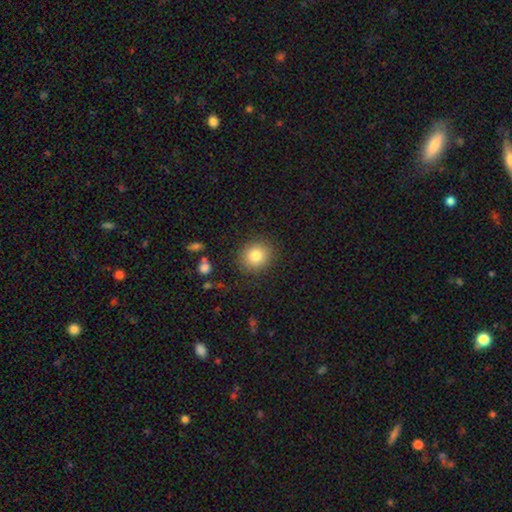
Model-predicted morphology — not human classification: Smooth or featured?
  - smooth: 81% *
  - star or artifact: 10%
  - featured or disk: 9%
How rounded?
  - round: 82% *
  - in between: 17%
  - cigar-shaped: 1%
Merging?
  - none: 87% *
  - minor disturbance: 9%
  - major disturbance: 3%
  - merger: 1%